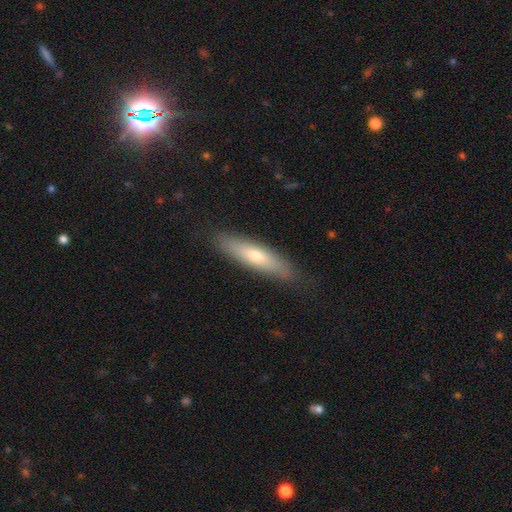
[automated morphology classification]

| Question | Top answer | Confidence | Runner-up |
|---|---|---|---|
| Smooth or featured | smooth | 63% | featured or disk (31%) |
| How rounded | cigar-shaped | 69% | in between (29%) |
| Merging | none | 85% | minor disturbance (11%) |